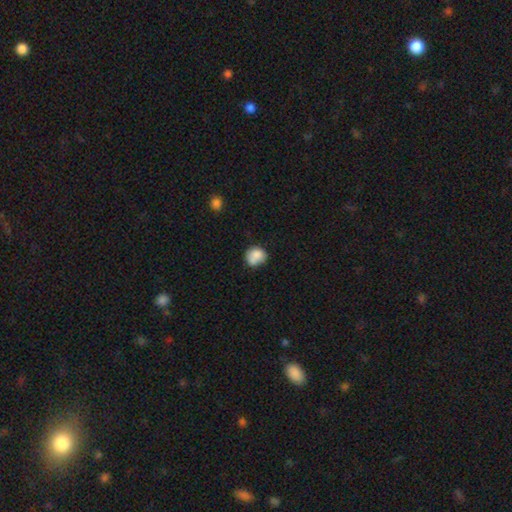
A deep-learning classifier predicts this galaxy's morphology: This is clearly a smooth galaxy (83%). How rounded: likely round (76%). Merging: possibly none (57%).